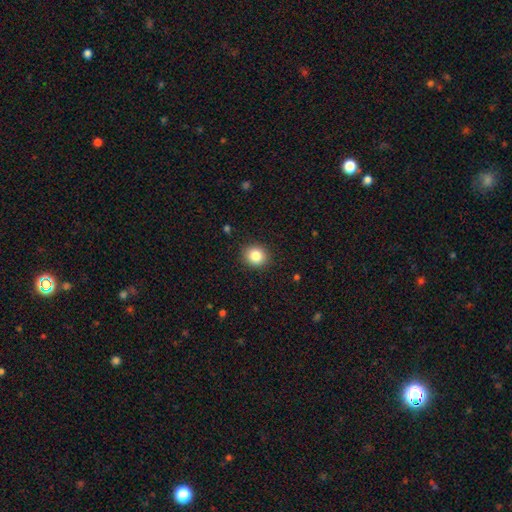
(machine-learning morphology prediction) smooth_or_featured: smooth (p=0.85) [alt: star or artifact p=0.10]
how_rounded: round (p=0.81) [alt: in between p=0.18]
merging: none (p=0.90) [alt: minor disturbance p=0.07]